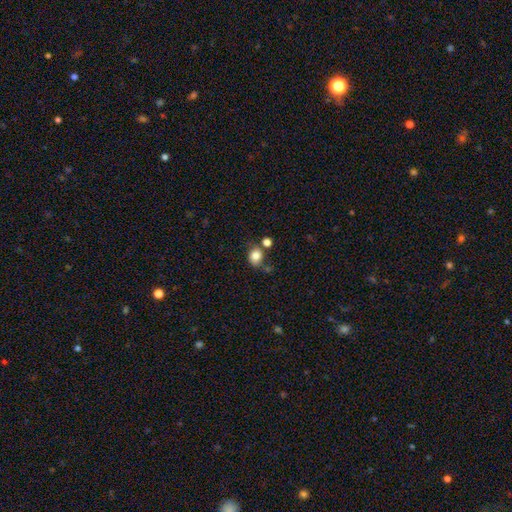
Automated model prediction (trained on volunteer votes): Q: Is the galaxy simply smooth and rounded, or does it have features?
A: smooth — 80%.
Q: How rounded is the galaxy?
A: round — 69%.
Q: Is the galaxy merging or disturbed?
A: none — 62%.